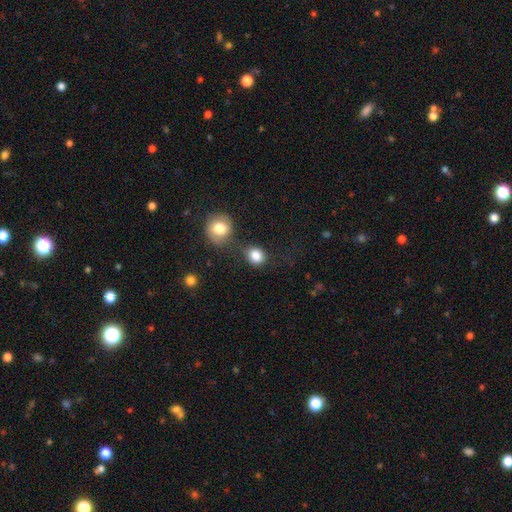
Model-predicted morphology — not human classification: Smooth or featured? smooth (85%)
How rounded? round (70%)
Merging? none (63%)